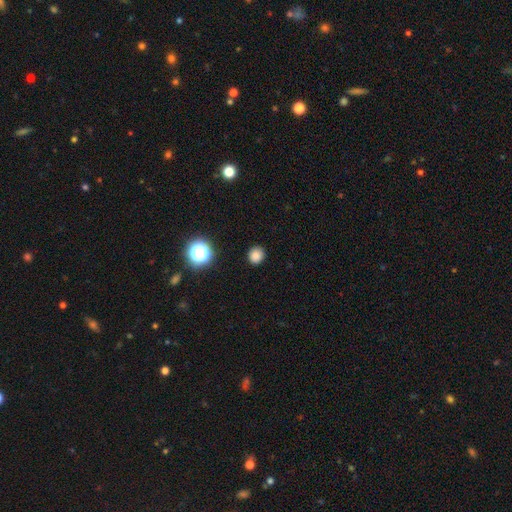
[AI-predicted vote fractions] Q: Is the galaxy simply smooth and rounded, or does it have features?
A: smooth — 81%.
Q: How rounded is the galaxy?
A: round — 86%.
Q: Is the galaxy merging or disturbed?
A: none — 89%.